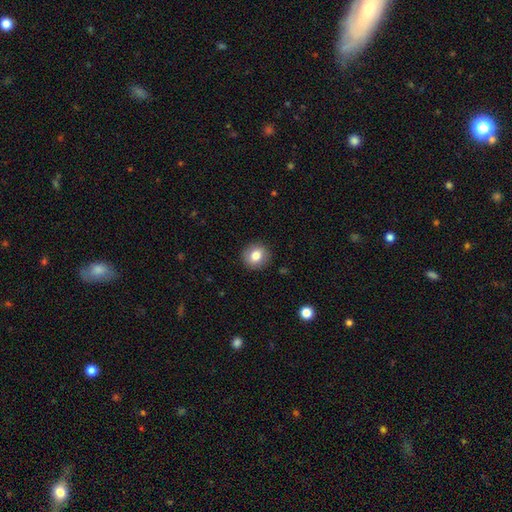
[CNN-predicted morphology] type=smooth (80%); roundness=round (87%); merging=none (90%).